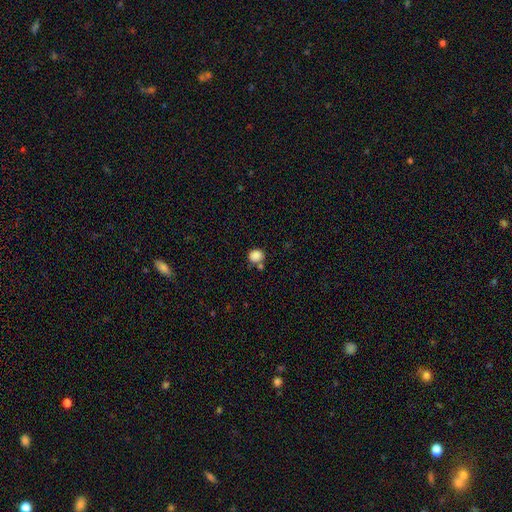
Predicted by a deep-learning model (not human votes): Morphology: type=smooth (86%); roundness=round (74%); merging=none (64%).